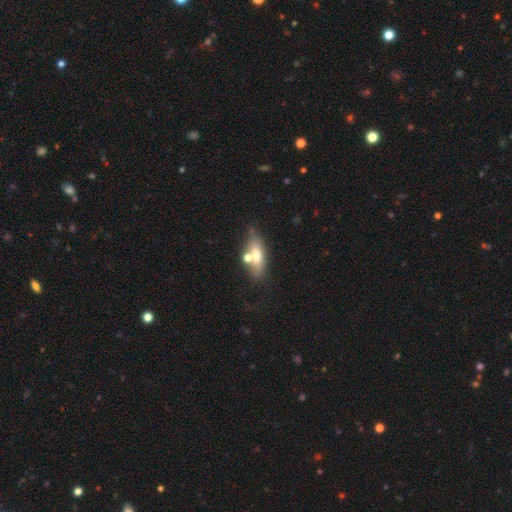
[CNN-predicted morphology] Smooth or featured: smooth — 59% (featured or disk — 32%)
How rounded: in between — 68% (cigar-shaped — 26%)
Merging: none — 58% (merger — 21%)